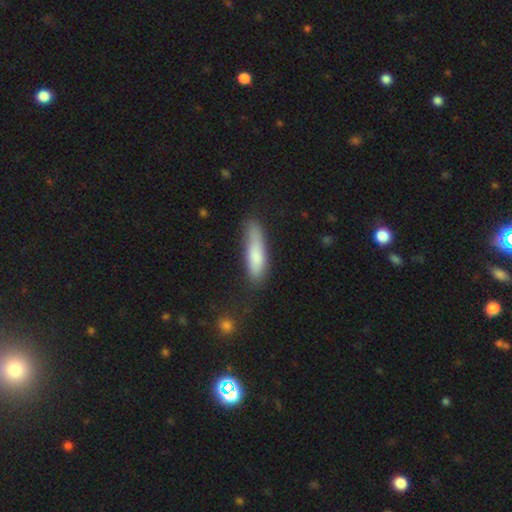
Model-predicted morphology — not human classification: The model was most divided on "merging": none: 62%, minor disturbance: 27%, major disturbance: 8%, merger: 4%. More confident: smooth or featured — smooth (80%); how rounded — cigar-shaped (72%).